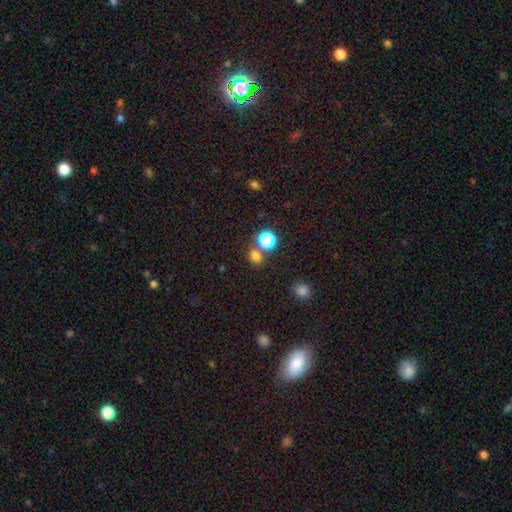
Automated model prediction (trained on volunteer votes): smooth 72%, star or artifact 23%, featured or disk 5%. Down the decision tree: how rounded — round (67%); merging — none (69%).